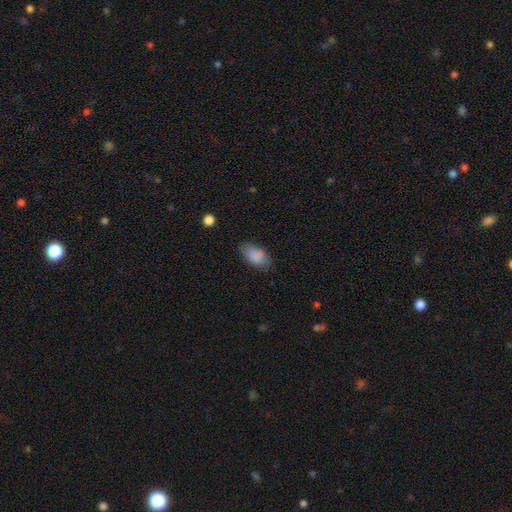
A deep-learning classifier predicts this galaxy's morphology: Smooth or featured? smooth (86%)
How rounded? in between (92%)
Merging? none (73%)